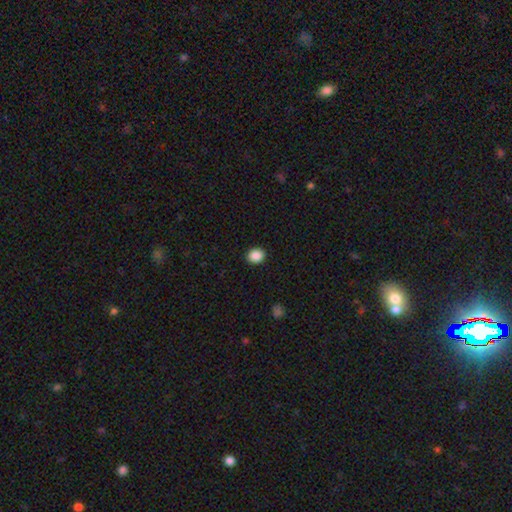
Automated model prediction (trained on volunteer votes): Smooth or featured?
  - smooth: 88% *
  - star or artifact: 9%
  - featured or disk: 3%
How rounded?
  - round: 67% *
  - in between: 32%
  - cigar-shaped: 1%
Merging?
  - none: 92% *
  - minor disturbance: 6%
  - major disturbance: 2%
  - merger: 1%